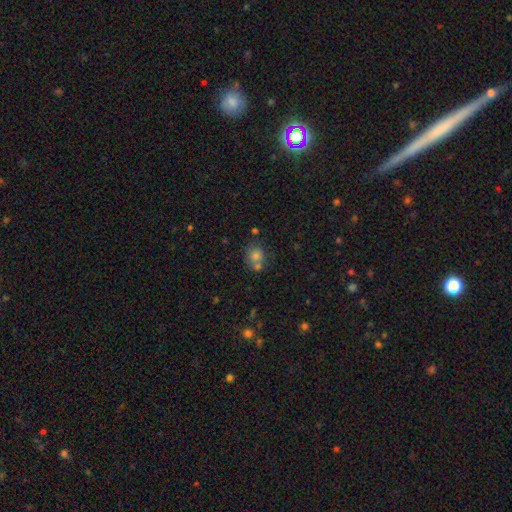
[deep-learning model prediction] This appears to be a smooth galaxy with no disk features (75%) that is round (75%). Merging: none (53%).